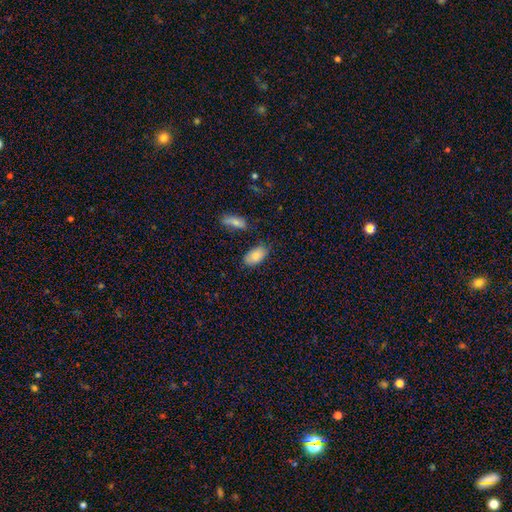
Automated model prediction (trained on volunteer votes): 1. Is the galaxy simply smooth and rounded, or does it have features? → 83% smooth, 10% featured or disk, 7% star or artifact.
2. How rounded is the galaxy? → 93% in between, 5% round, 2% cigar-shaped.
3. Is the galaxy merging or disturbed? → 77% none, 14% minor disturbance, 5% merger, 3% major disturbance.